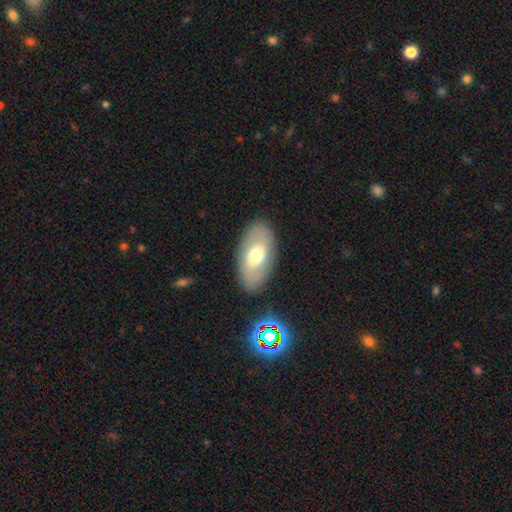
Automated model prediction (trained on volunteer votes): A smooth galaxy with no disk features (59%) that is in between round and cigar-shaped (93%).

Vote fractions:
- Smooth or featured? smooth: 59% / featured or disk: 33% / star or artifact: 8%
- How rounded? in between: 93% / round: 4% / cigar-shaped: 2%
- Merging? none: 84% / minor disturbance: 10% / major disturbance: 3% / merger: 2%